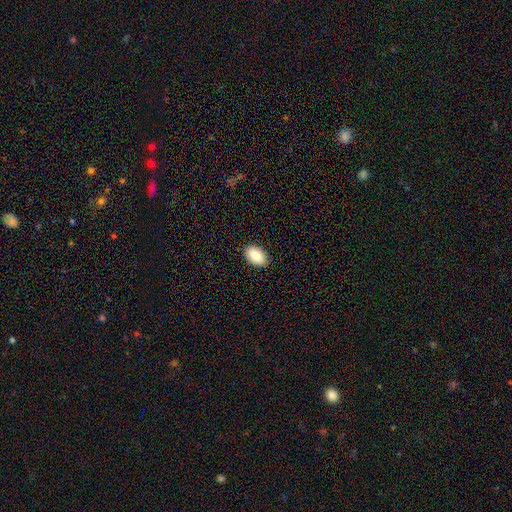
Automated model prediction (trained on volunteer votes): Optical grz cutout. It shows a smooth galaxy with no disk features (87%) that is in between round and cigar-shaped (93%). Merging: none (90%).